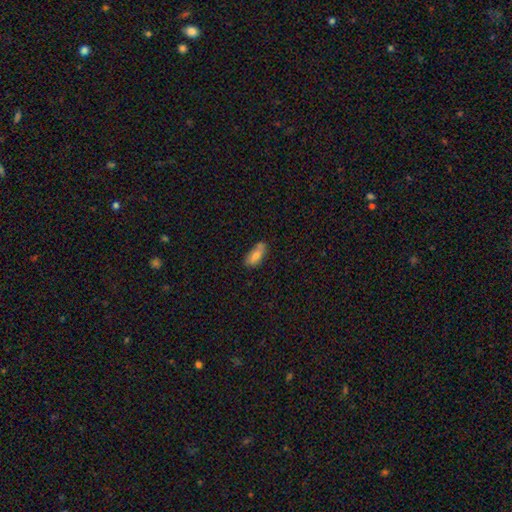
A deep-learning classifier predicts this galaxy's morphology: Smooth or featured? smooth (72%)
How rounded? in between (82%)
Merging? none (56%)